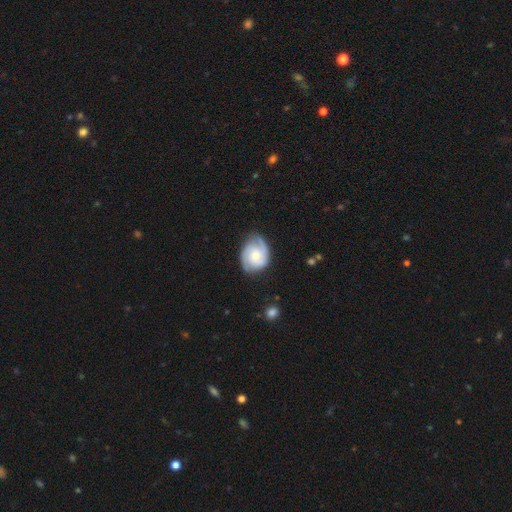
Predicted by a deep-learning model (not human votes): This appears to be a featured or disk galaxy (71%) with no bar (66%), 2 (65%) tight (47%) spiral arms (95%) and a moderate central bulge (39%). Merging: none (69%).